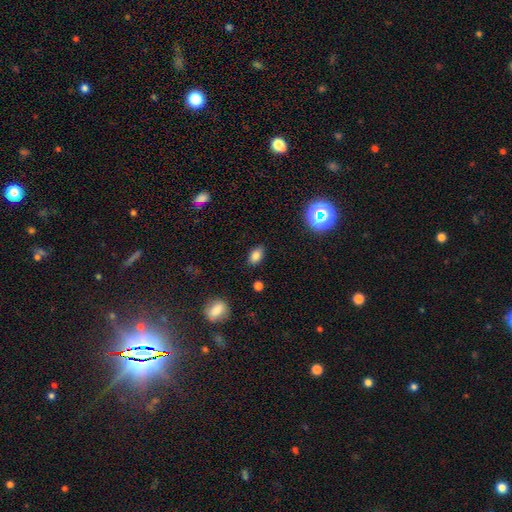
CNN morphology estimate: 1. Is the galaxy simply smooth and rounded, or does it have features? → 81% smooth, 12% star or artifact, 6% featured or disk.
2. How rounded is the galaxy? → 87% in between, 11% round, 2% cigar-shaped.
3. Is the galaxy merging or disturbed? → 85% none, 11% minor disturbance, 3% major disturbance, 2% merger.